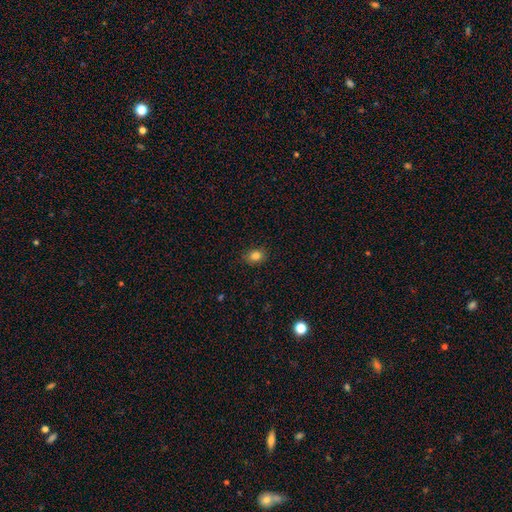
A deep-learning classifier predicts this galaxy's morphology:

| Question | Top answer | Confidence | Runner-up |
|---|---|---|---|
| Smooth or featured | smooth | 82% | star or artifact (12%) |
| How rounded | in between | 51% | round (48%) |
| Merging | none | 86% | minor disturbance (11%) |